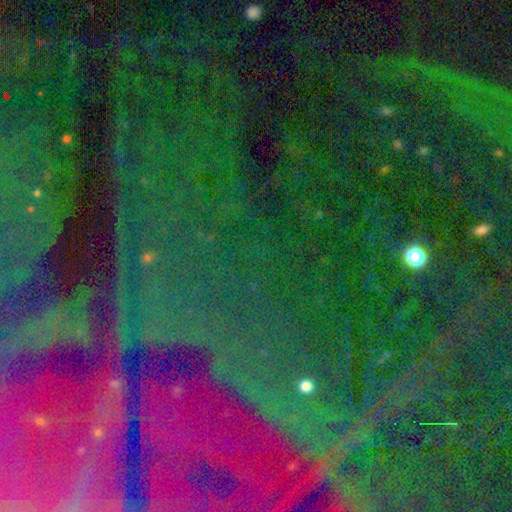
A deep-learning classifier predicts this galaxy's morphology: This is clearly a star or artifact rather than a galaxy (81%).